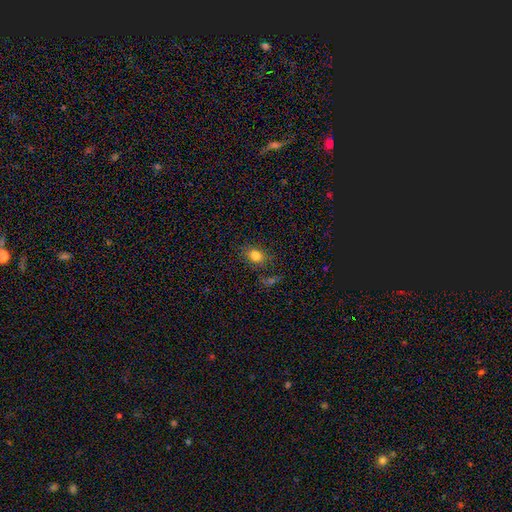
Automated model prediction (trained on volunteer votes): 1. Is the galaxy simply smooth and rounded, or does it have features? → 80% smooth, 11% star or artifact, 8% featured or disk.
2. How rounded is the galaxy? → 68% in between, 31% round, 2% cigar-shaped.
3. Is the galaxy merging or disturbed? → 77% none, 14% minor disturbance, 5% major disturbance, 4% merger.